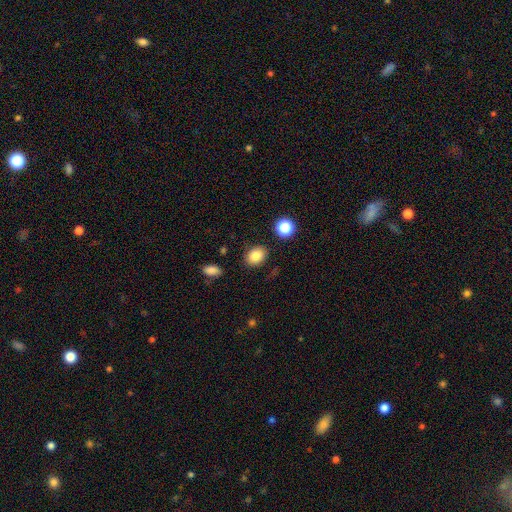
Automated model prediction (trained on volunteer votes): This is clearly a smooth galaxy (84%). How rounded: likely in between (61%). Merging: clearly none (85%).